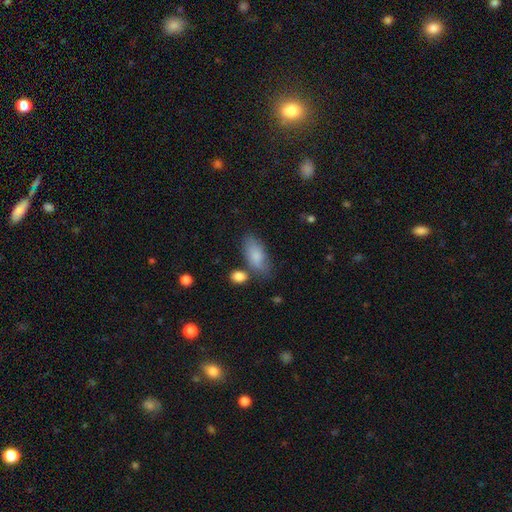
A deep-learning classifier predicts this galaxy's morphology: smooth 82%, featured or disk 12%, star or artifact 6%. Down the decision tree: how rounded — in between (89%); merging — none (63%).